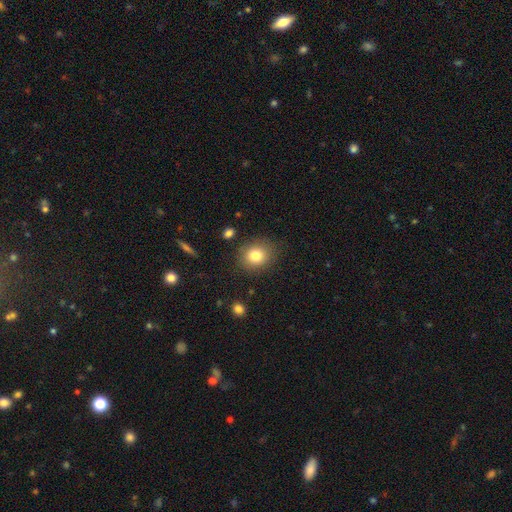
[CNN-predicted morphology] Overall: smooth (81%). How rounded: round (73%). Merging: none (83%).